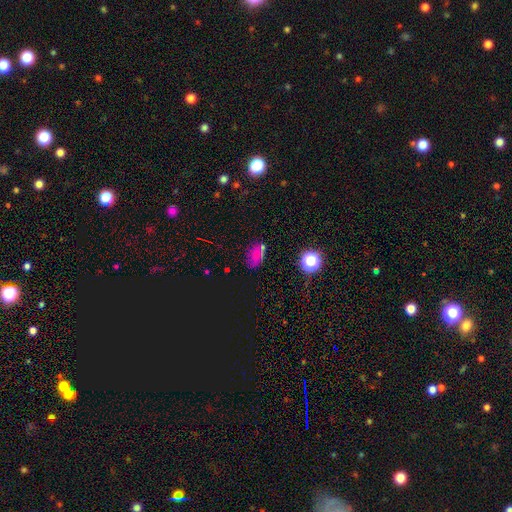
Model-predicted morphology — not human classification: A smooth galaxy with no disk features (54%) that is in between round and cigar-shaped (71%). Merging: none (71%).